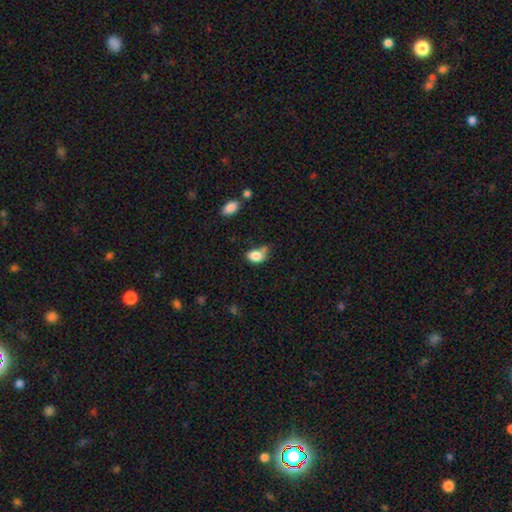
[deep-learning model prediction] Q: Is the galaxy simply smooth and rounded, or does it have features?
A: smooth — 83%.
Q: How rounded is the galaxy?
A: in between — 80%.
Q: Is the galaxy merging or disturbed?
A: none — 38%.